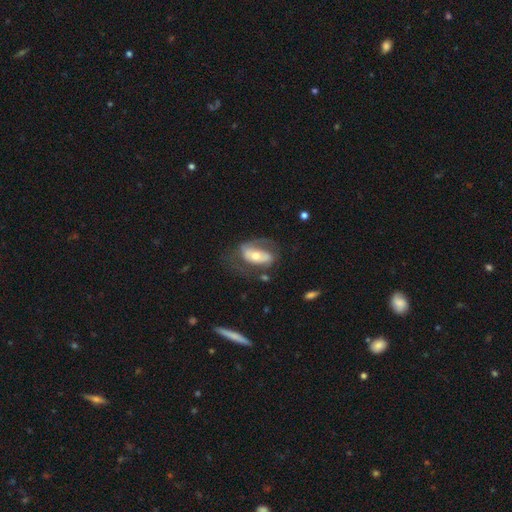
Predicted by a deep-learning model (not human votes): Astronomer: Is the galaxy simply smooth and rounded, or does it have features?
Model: featured or disk — 63%.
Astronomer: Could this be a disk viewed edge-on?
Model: no — 91%.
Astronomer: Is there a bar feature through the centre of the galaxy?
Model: no — 49% (runner-up: strong, 28%).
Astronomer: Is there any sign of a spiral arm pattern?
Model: yes — 64%.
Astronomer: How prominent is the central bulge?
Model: moderate — 60%.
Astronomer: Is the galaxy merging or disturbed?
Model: none — 47% (runner-up: major disturbance, 28%).